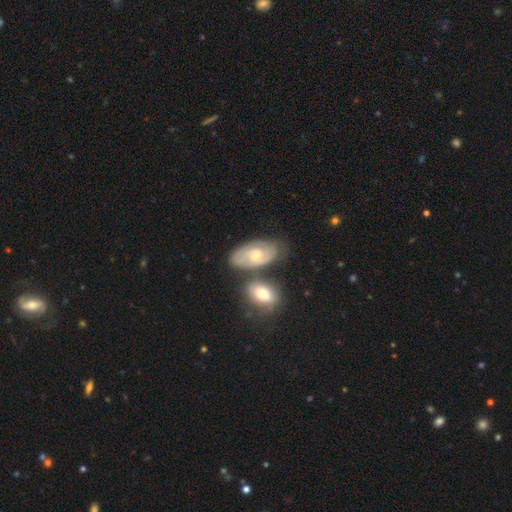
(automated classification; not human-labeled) This is possibly a featured or disk galaxy (59%). It is clearly not viewed edge-on (93%). Bar: likely no (63%). Spiral arm pattern: likely yes (78%). Central bulge: possibly moderate (58%). Merging: likely none (60%).